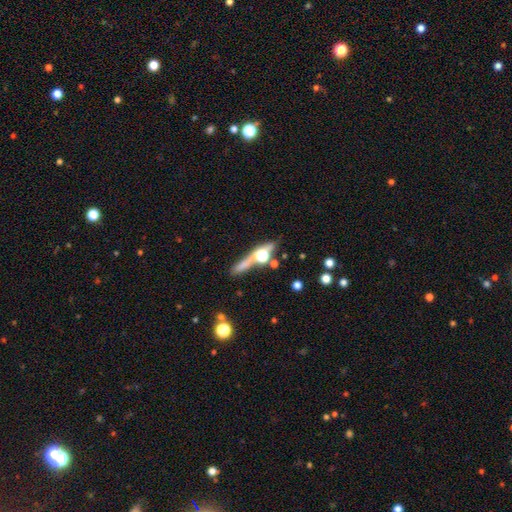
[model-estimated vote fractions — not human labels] Smooth or featured? featured or disk (65%)
Edge-on disk? yes (89%)
Edge-on bulge? rounded (90%)
Merging? none (55%)